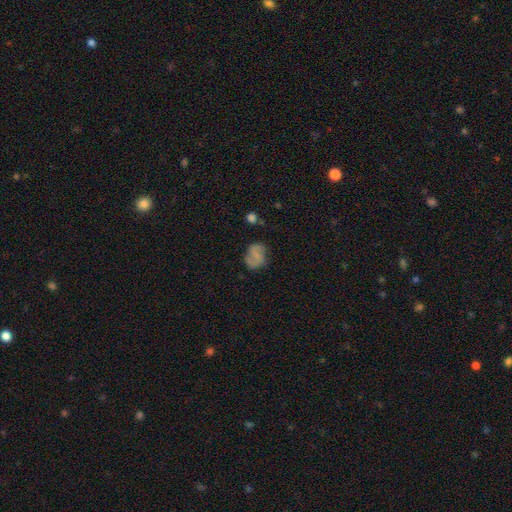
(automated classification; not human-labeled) Smooth or featured? Predicted: smooth (p=0.59). How rounded? Predicted: in between (p=0.59). Merging? Predicted: none (p=0.64).